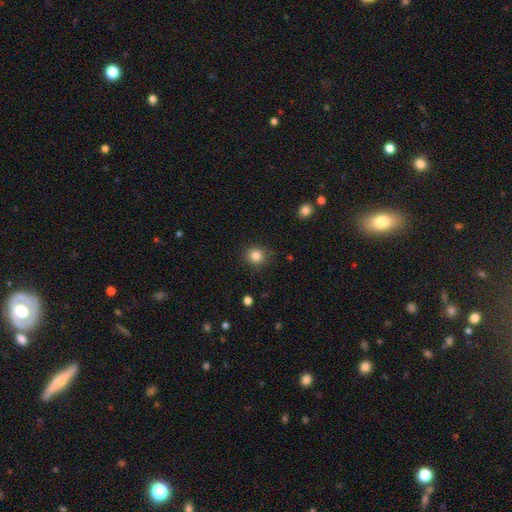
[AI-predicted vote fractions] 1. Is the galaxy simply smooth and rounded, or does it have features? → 83% smooth, 11% star or artifact, 6% featured or disk.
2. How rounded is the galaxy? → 89% round, 10% in between, 1% cigar-shaped.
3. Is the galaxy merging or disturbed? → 88% none, 9% minor disturbance, 2% major disturbance, 1% merger.